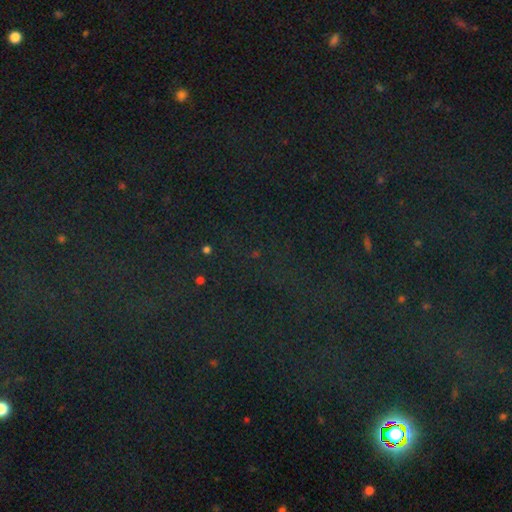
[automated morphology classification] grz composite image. It shows a star or artifact, not a galaxy (81%).